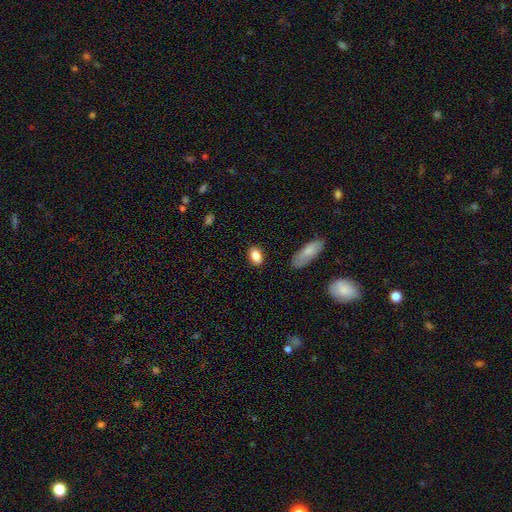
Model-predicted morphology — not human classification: Smooth or featured?
  - smooth: 87% *
  - star or artifact: 7%
  - featured or disk: 6%
How rounded?
  - in between: 87% *
  - round: 9%
  - cigar-shaped: 4%
Merging?
  - none: 86% *
  - minor disturbance: 10%
  - major disturbance: 2%
  - merger: 2%